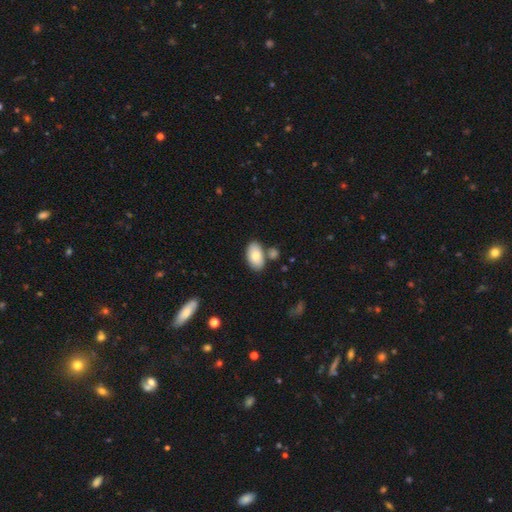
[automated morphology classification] Smooth or featured: smooth — 79% (featured or disk — 14%)
How rounded: in between — 94% (round — 5%)
Merging: none — 70% (merger — 14%)